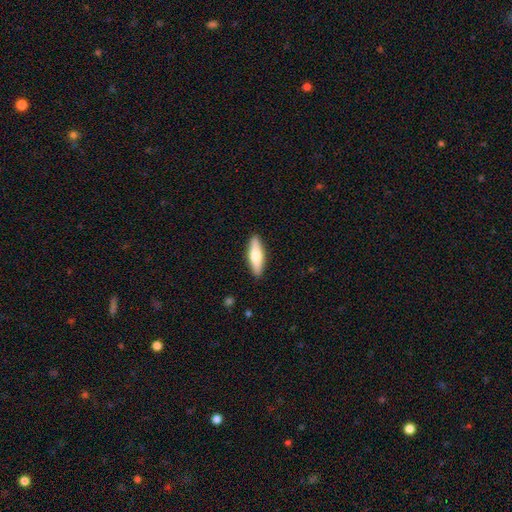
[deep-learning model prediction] A smooth galaxy with no disk features (60%) that is cigar-shaped (57%).

Vote fractions:
- Smooth or featured? smooth: 60% / featured or disk: 34% / star or artifact: 5%
- How rounded? cigar-shaped: 57% / in between: 41% / round: 2%
- Merging? none: 90% / minor disturbance: 8% / major disturbance: 2% / merger: 1%